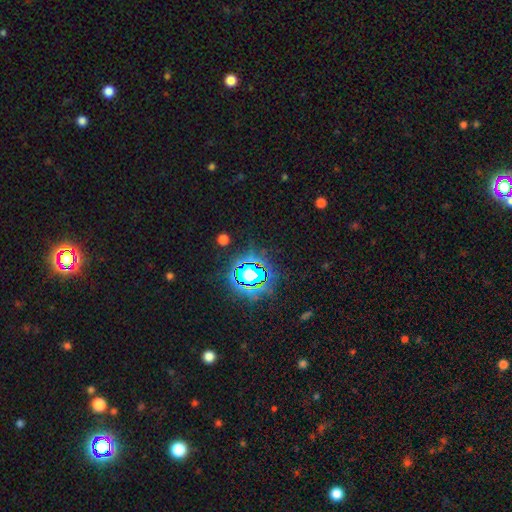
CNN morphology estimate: A star or artifact, not a galaxy (83%).